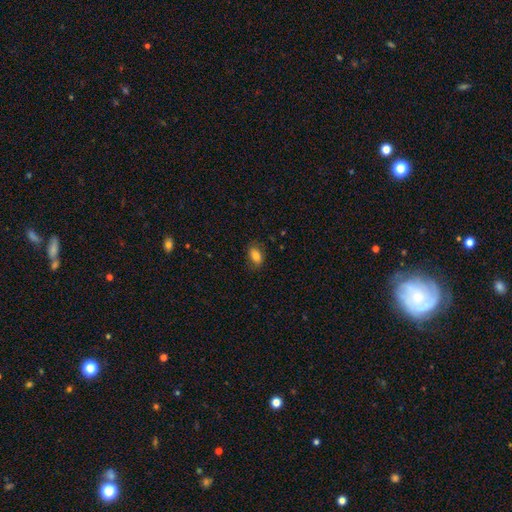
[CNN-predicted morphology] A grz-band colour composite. It shows a smooth galaxy with no disk features (81%) that is in between round and cigar-shaped (86%). Merging: none (76%).